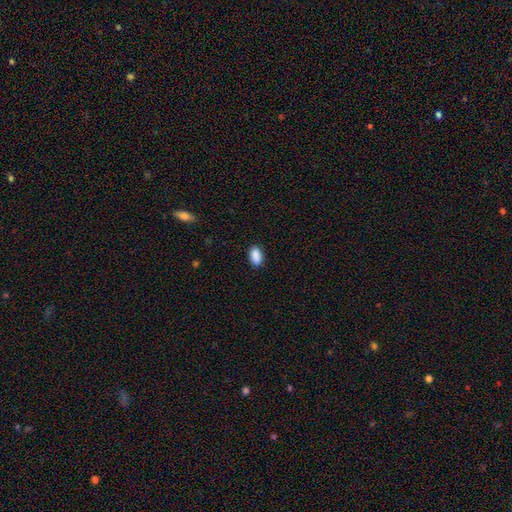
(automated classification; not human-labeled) Smooth or featured? Predicted: smooth (p=0.90). How rounded? Predicted: in between (p=0.93). Merging? Predicted: none (p=0.87).